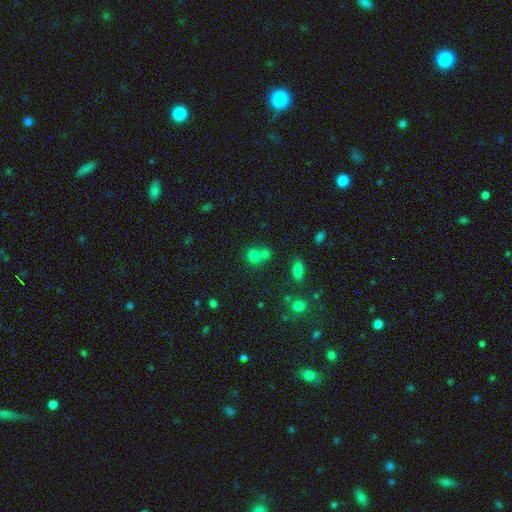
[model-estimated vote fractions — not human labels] Smooth or featured? Predicted: smooth (p=0.71). How rounded? Predicted: round (p=0.54). Merging? Predicted: merger (p=0.54).